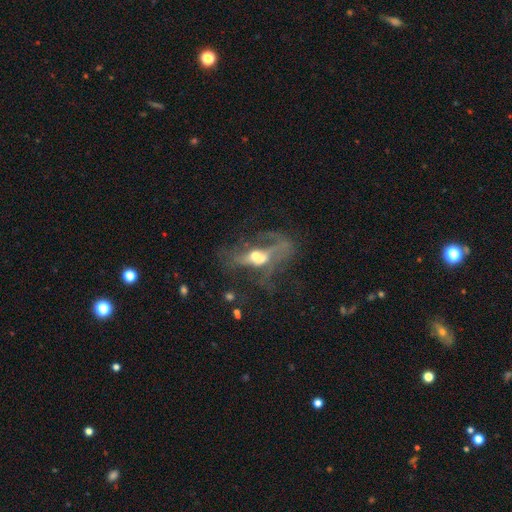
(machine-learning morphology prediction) Smooth or featured? featured or disk (61%)
Edge-on disk? no (84%)
Bar? no (71%)
Spiral arms? no (64%)
Bulge size? moderate (61%)
Merging? merger (44%)